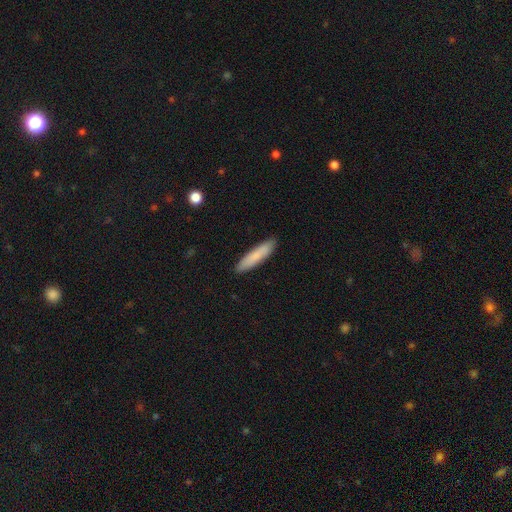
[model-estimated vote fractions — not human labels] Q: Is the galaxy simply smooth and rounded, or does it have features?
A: smooth — 82%.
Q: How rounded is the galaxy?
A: cigar-shaped — 84%.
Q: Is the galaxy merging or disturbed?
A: none — 90%.